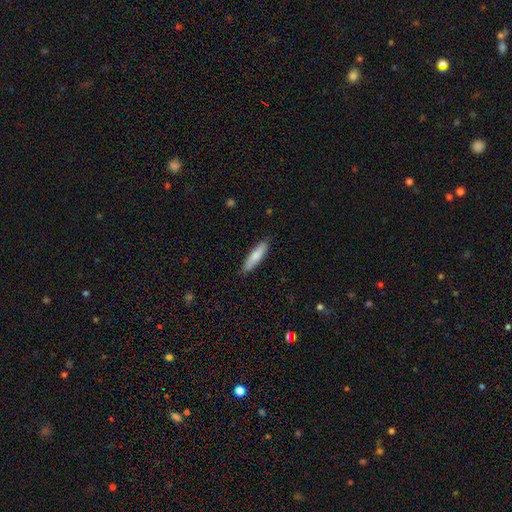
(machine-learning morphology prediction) This is likely a smooth galaxy (79%). How rounded: likely cigar-shaped (74%). Merging: clearly none (86%).